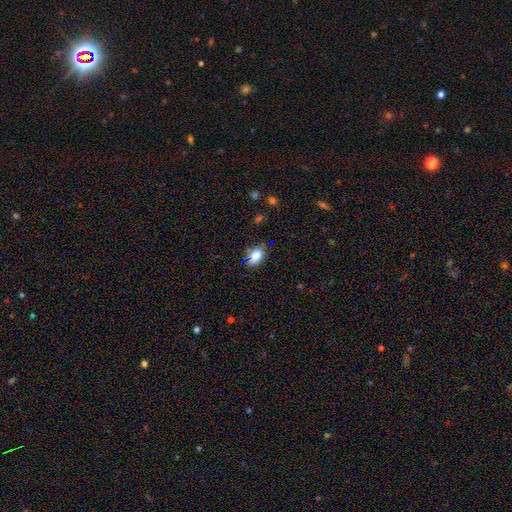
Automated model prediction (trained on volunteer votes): Smooth or featured? Predicted: smooth (p=0.80). How rounded? Predicted: in between (p=0.72). Merging? Predicted: none (p=0.75).